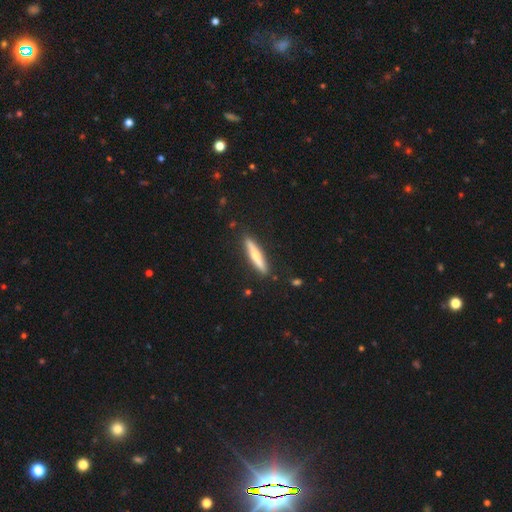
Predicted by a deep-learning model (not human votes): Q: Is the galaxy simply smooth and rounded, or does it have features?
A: featured or disk — 50%.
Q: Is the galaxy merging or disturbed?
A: none — 89%.